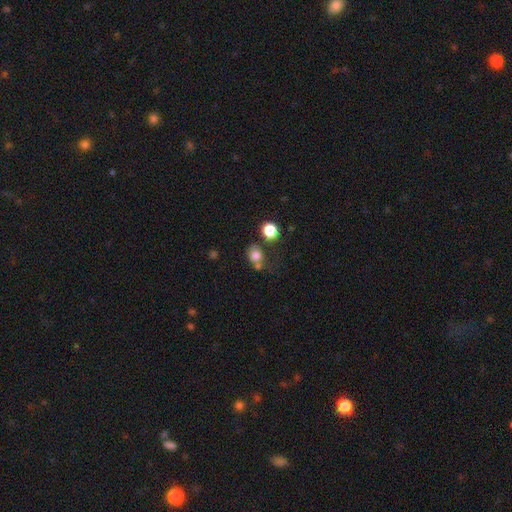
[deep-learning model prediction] smooth_or_featured: smooth (p=0.77) [alt: star or artifact p=0.13]
how_rounded: round (p=0.70) [alt: in between p=0.29]
merging: none (p=0.49) [alt: merger p=0.26]